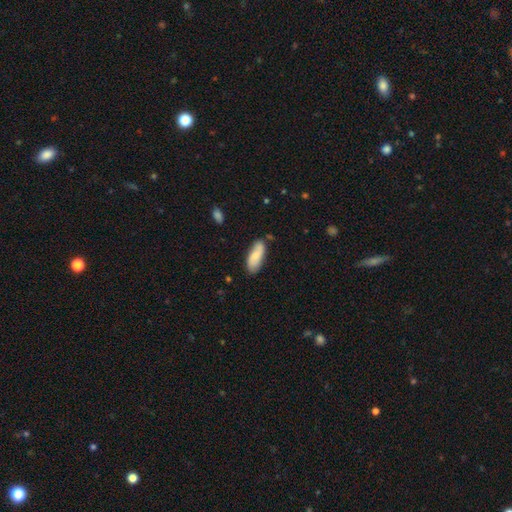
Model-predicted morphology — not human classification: The model was most divided on "smooth or featured": smooth: 68%, featured or disk: 26%, star or artifact: 6%. More confident: merging — none (75%); how rounded — in between (74%).